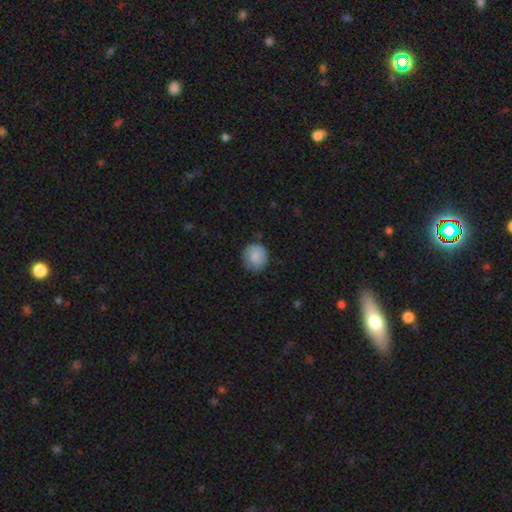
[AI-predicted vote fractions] Smooth or featured? smooth (81%)
How rounded? round (84%)
Merging? none (76%)